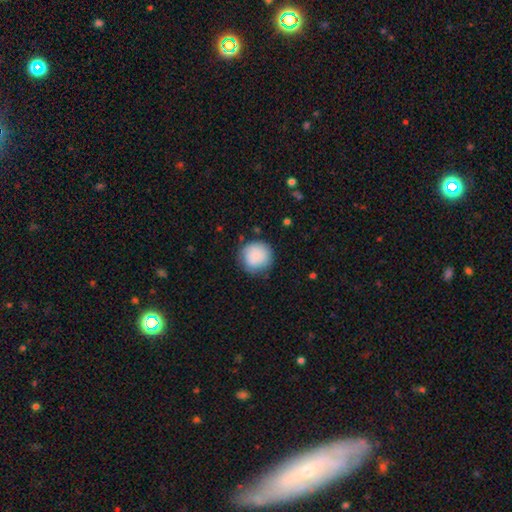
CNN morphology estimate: A smooth galaxy with no disk features (87%) that is round (92%). Merging: none (78%).